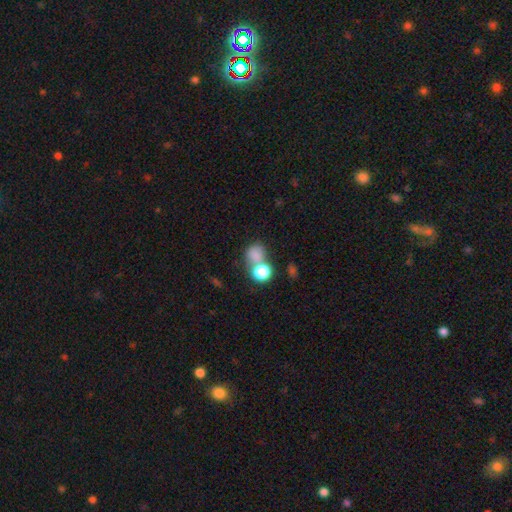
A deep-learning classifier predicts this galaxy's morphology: smooth 78%, star or artifact 14%, featured or disk 9%. Down the decision tree: how rounded — round (67%); merging — merger (43%).